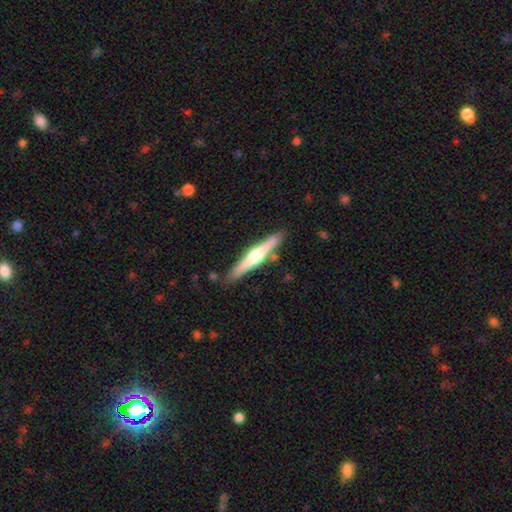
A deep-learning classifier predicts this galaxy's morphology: Smooth or featured?
  - featured or disk: 64% *
  - smooth: 31%
  - star or artifact: 5%
Edge-on disk?
  - yes: 97% *
  - no: 3%
Edge-on bulge?
  - rounded: 89% *
  - boxy: 5%
  - none: 5%
Merging?
  - none: 84% *
  - minor disturbance: 10%
  - merger: 4%
  - major disturbance: 2%